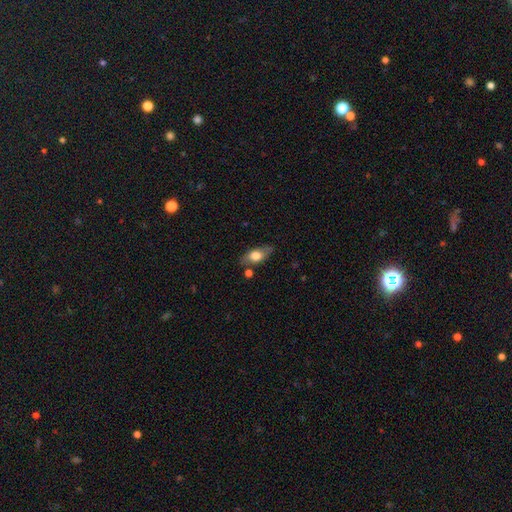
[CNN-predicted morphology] The model was most divided on "smooth or featured": smooth: 63%, featured or disk: 30%, star or artifact: 7%. More confident: how rounded — in between (79%); merging — none (75%).